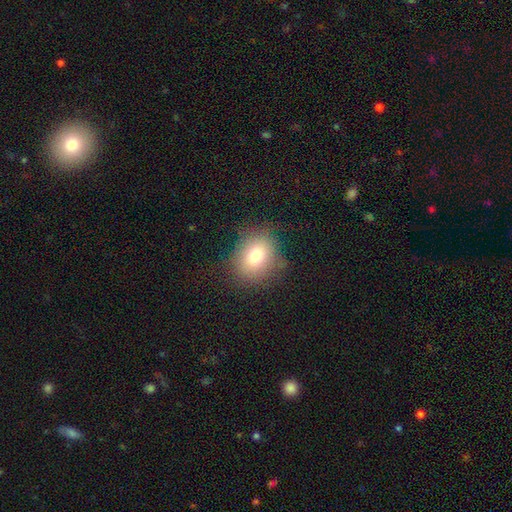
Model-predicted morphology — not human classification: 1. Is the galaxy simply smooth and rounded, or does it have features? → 76% smooth, 12% featured or disk, 12% star or artifact.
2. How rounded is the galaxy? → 56% round, 43% in between, 1% cigar-shaped.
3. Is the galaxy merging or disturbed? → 79% none, 14% minor disturbance, 5% major disturbance, 1% merger.